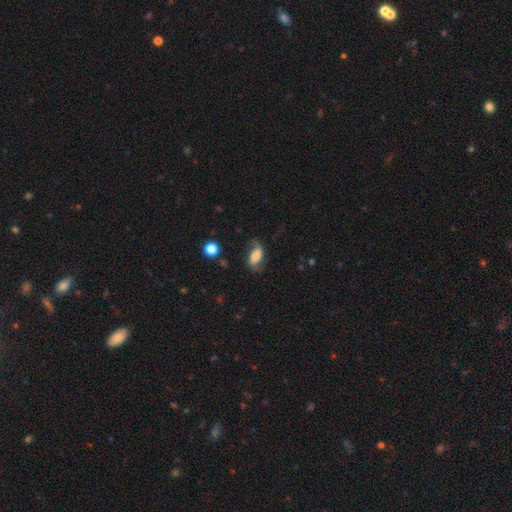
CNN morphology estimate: The model was most divided on "smooth or featured": featured or disk: 48%, smooth: 44%, star or artifact: 8%. More confident: merging — none (62%).